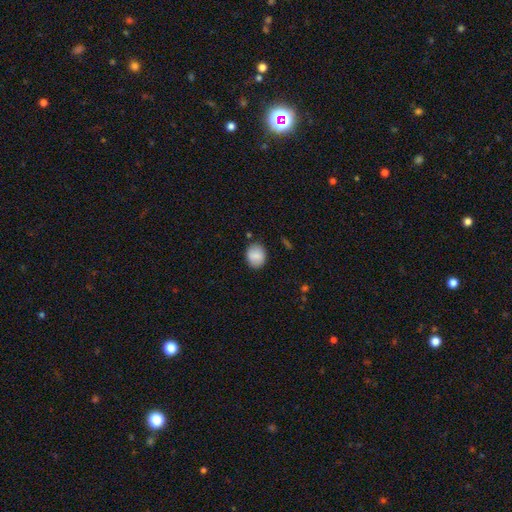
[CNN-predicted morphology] smooth_or_featured: smooth (p=0.84) [alt: featured or disk p=0.08]
how_rounded: round (p=0.56) [alt: in between p=0.43]
merging: none (p=0.82) [alt: minor disturbance p=0.13]